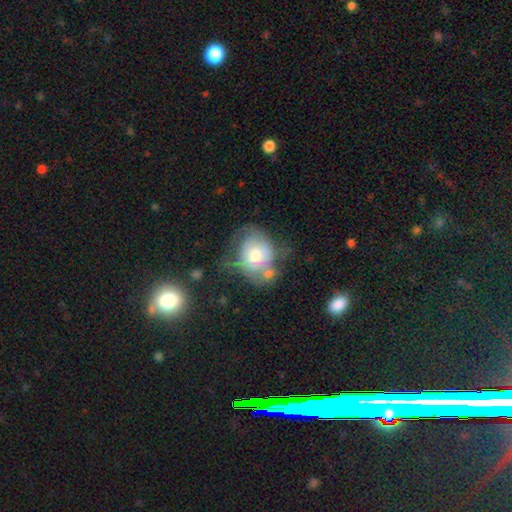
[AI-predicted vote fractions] This is possibly a smooth galaxy (55%). How rounded: possibly round (58%). Merging: marginally none (31%).